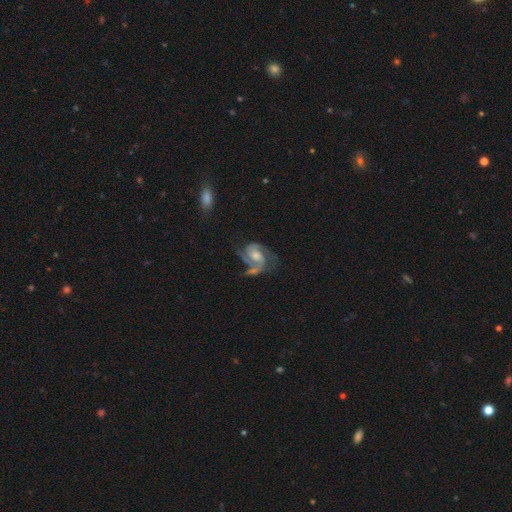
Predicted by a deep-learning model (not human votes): featured or disk 89%, smooth 6%, star or artifact 5%. Down the decision tree: edge-on disk — no (98%); bar — no (51%); spiral arms — yes (97%); spiral arm count — 2 (72%); spiral winding — medium (54%); bulge size — moderate (53%); merging — none (52%).